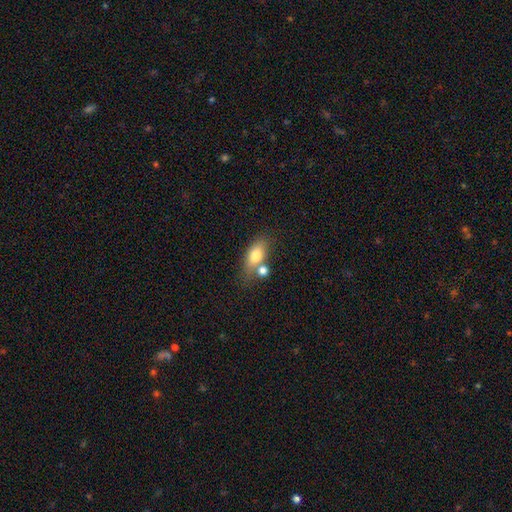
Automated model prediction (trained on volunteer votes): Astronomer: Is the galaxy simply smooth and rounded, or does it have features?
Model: smooth — 74%.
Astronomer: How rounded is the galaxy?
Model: in between — 79%.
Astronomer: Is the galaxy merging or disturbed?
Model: none — 51% (runner-up: merger, 29%).